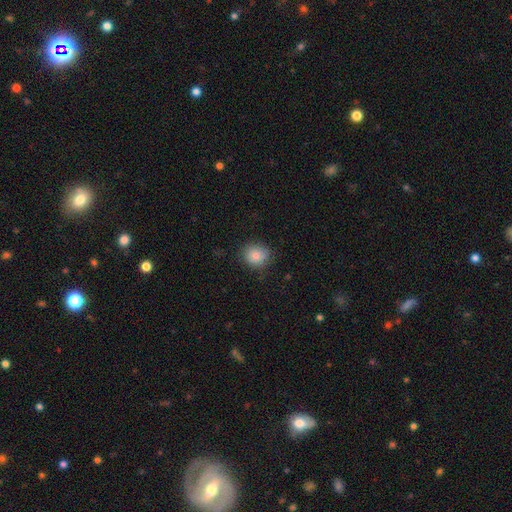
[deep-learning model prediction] smooth_or_featured: smooth (p=0.82) [alt: star or artifact p=0.09]
how_rounded: round (p=0.81) [alt: in between p=0.18]
merging: none (p=0.82) [alt: minor disturbance p=0.14]